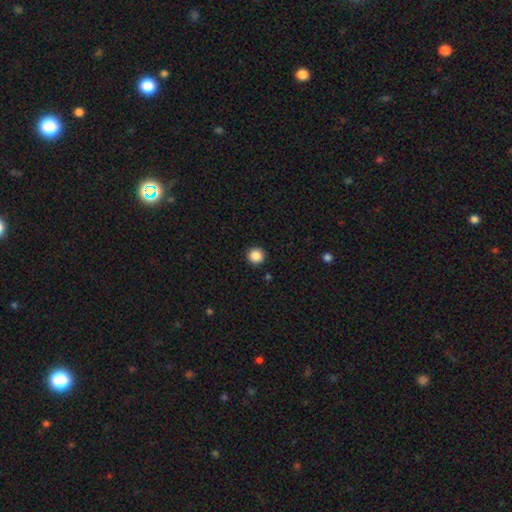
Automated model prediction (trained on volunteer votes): Morphology: type=smooth (87%); roundness=round (96%); merging=none (93%).